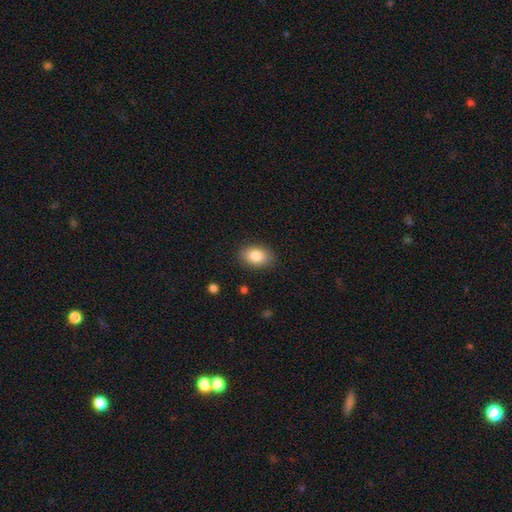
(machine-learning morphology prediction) Smooth or featured?
  - smooth: 85% *
  - featured or disk: 8%
  - star or artifact: 7%
How rounded?
  - in between: 85% *
  - round: 14%
  - cigar-shaped: 1%
Merging?
  - none: 86% *
  - minor disturbance: 10%
  - major disturbance: 3%
  - merger: 1%